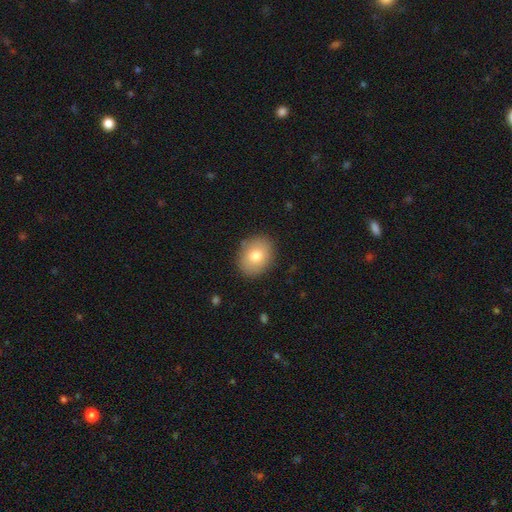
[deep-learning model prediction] smooth-or-featured: smooth: 77% | featured or disk: 14% | star or artifact: 8%
  how-rounded: in between: 53% | round: 46% | cigar-shaped: 1%
  merging: none: 87% | minor disturbance: 10% | major disturbance: 3% | merger: 1%